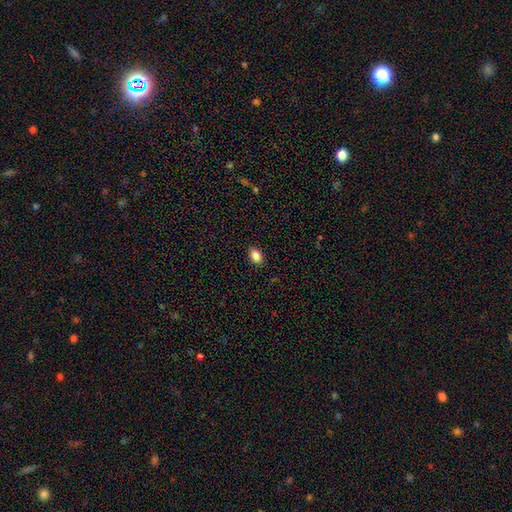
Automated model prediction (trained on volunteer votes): Overall: smooth (87%). How rounded: in between (80%). Merging: none (89%).